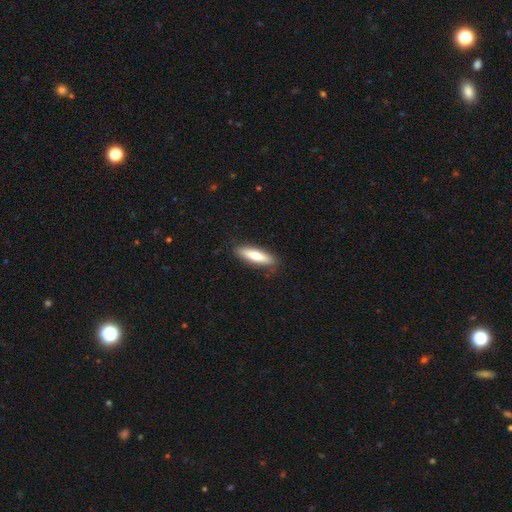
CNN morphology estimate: Smooth or featured? Predicted: smooth (p=0.70). How rounded? Predicted: cigar-shaped (p=0.69). Merging? Predicted: none (p=0.87).